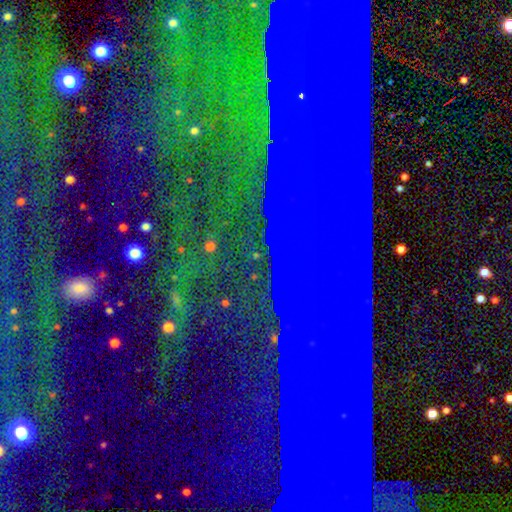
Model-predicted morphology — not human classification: Smooth or featured? Predicted: star or artifact (p=0.77).